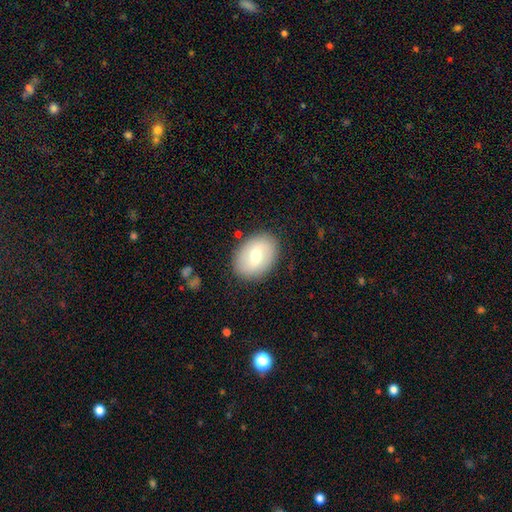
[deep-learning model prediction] Q: Smooth or featured?
A: smooth (51%); runner-up: featured or disk (42%)
Q: How rounded?
A: in between (72%); runner-up: round (27%)
Q: Merging?
A: none (85%); runner-up: minor disturbance (11%)